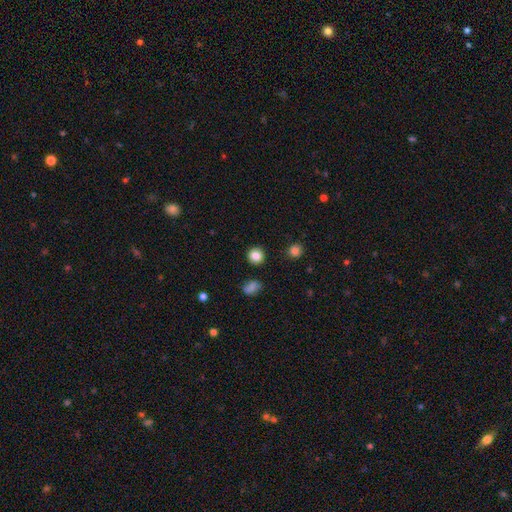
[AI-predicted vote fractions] This is clearly a smooth galaxy (85%). How rounded: clearly round (91%). Merging: clearly none (90%).